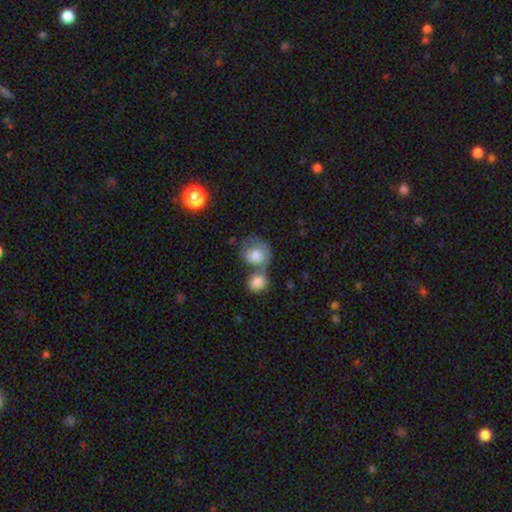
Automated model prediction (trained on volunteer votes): Overall: smooth (76%). How rounded: round (75%). Merging: merger (50%; none 29%).